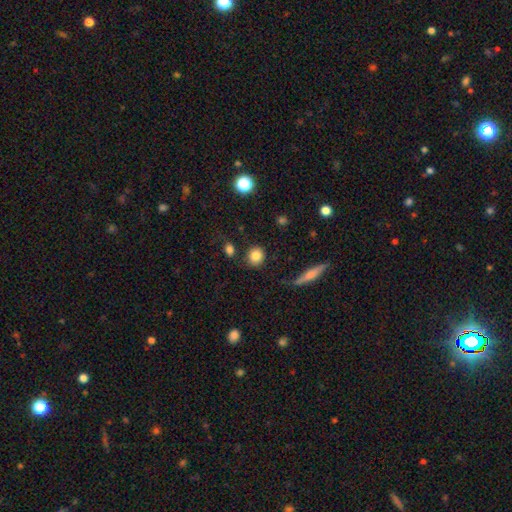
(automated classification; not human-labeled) smooth-or-featured: smooth: 83% | star or artifact: 10% | featured or disk: 7%
  how-rounded: round: 82% | in between: 16% | cigar-shaped: 2%
  merging: none: 83% | minor disturbance: 10% | merger: 4% | major disturbance: 3%